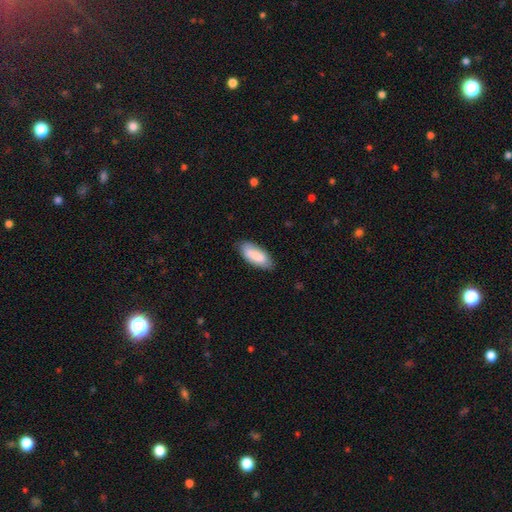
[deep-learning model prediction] Smooth or featured? smooth (81%)
How rounded? in between (85%)
Merging? none (80%)